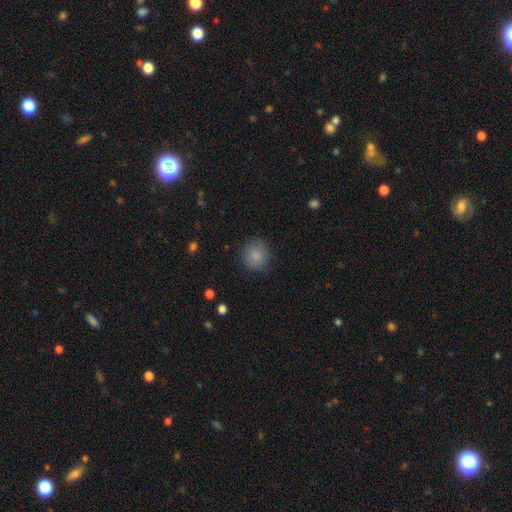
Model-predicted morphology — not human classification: The model was most divided on "how rounded": round: 84%, in between: 15%, cigar-shaped: 1%. More confident: smooth or featured — smooth (85%); merging — none (84%).